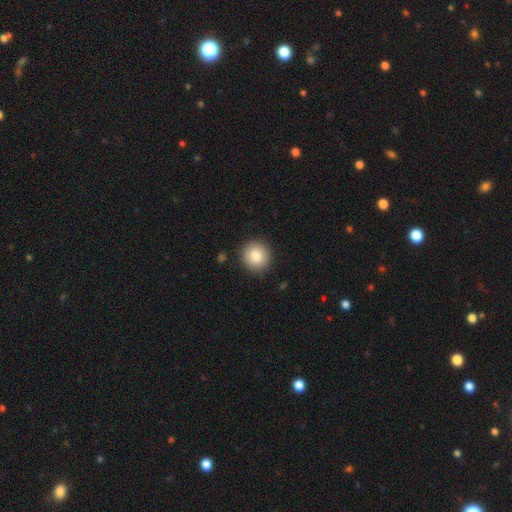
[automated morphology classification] Overall: smooth (84%). How rounded: round (92%). Merging: none (90%).